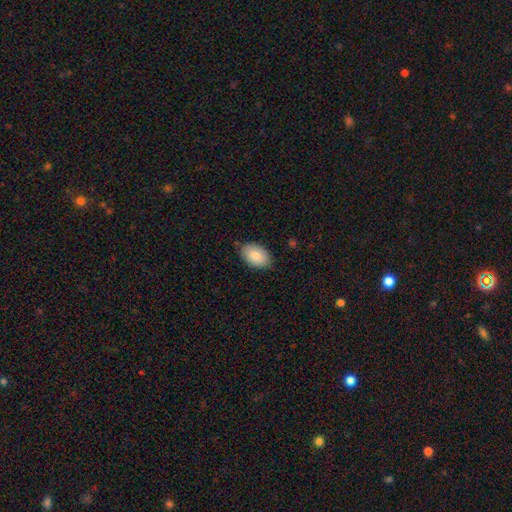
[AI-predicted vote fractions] smooth_or_featured: smooth (p=0.85) [alt: featured or disk p=0.09]
how_rounded: in between (p=0.92) [alt: round p=0.07]
merging: none (p=0.82) [alt: minor disturbance p=0.14]